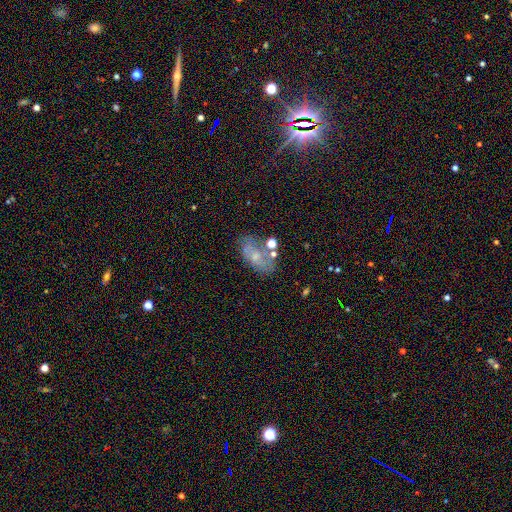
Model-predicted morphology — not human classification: type=smooth (48%); merging=none (55%).